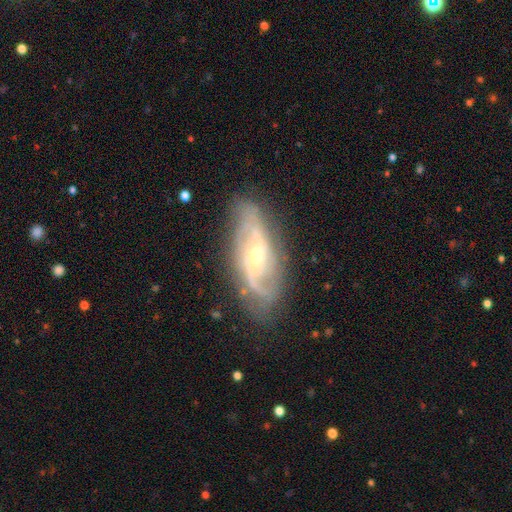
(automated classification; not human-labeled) smooth-or-featured: featured or disk: 84% | smooth: 10% | star or artifact: 6%
  disk-edge-on: no: 90% | yes: 10%
    bar: weak: 44% | no: 41% | strong: 14%
    has-spiral-arms: yes: 94% | no: 6%
      spiral-winding: medium: 46% | tight: 29% | loose: 25%
      spiral-arm-count: 2: 62% | can't tell: 19% | 3: 9% | 1: 4% | 4: 3% | more than 4: 3%
    bulge-size: small: 62% | moderate: 34% | large: 2% | none: 2% | dominant: 1%
  merging: none: 76% | minor disturbance: 16% | major disturbance: 6% | merger: 2%